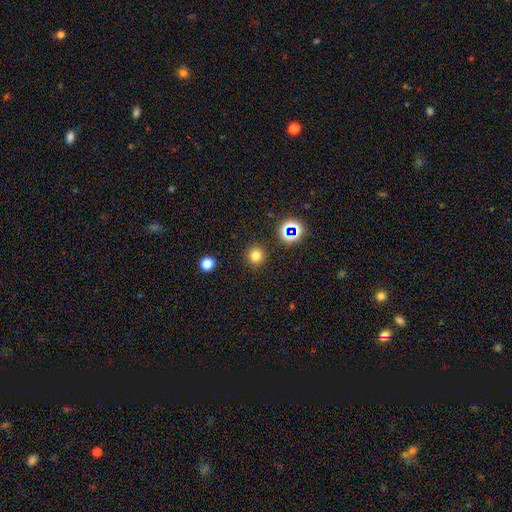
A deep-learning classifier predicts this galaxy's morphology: Smooth or featured? smooth (74%)
How rounded? round (94%)
Merging? none (91%)